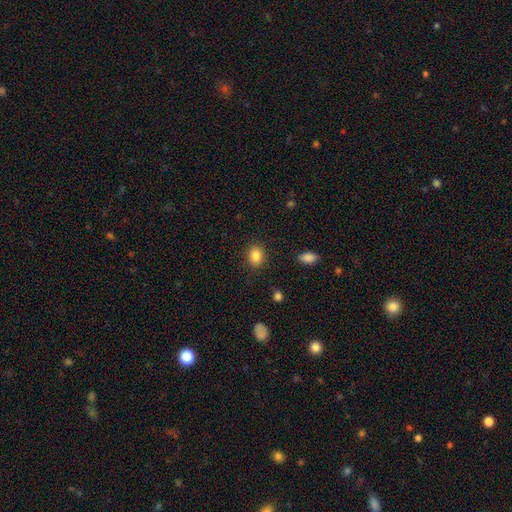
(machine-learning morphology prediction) smooth_or_featured: smooth (p=0.85) [alt: star or artifact p=0.10]
how_rounded: in between (p=0.54) [alt: round p=0.45]
merging: none (p=0.87) [alt: minor disturbance p=0.09]